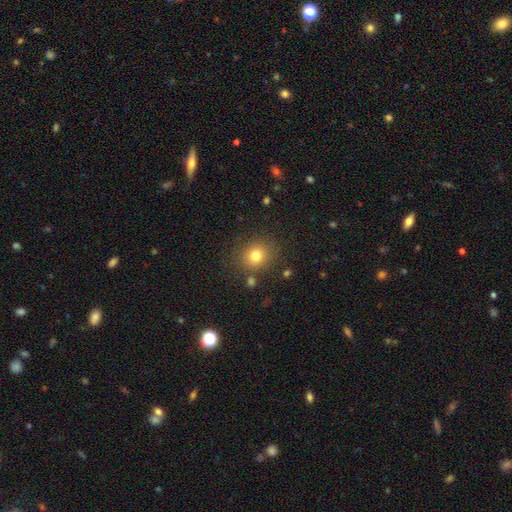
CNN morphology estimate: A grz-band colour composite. It shows a smooth galaxy with no disk features (78%) that is round (79%). Merging: none (82%).